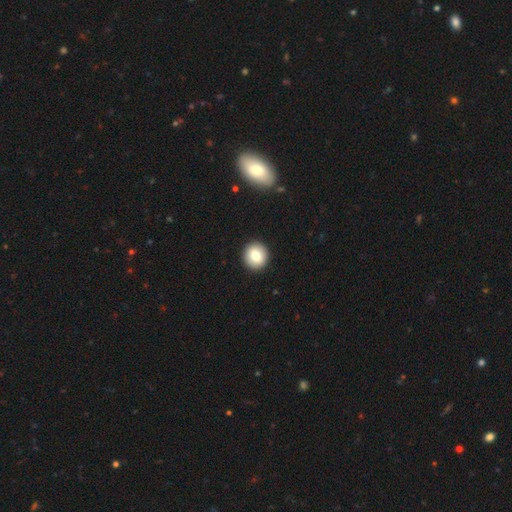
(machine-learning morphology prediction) The model was most divided on "smooth or featured": smooth: 78%, featured or disk: 14%, star or artifact: 8%. More confident: merging — none (92%); how rounded — round (91%).